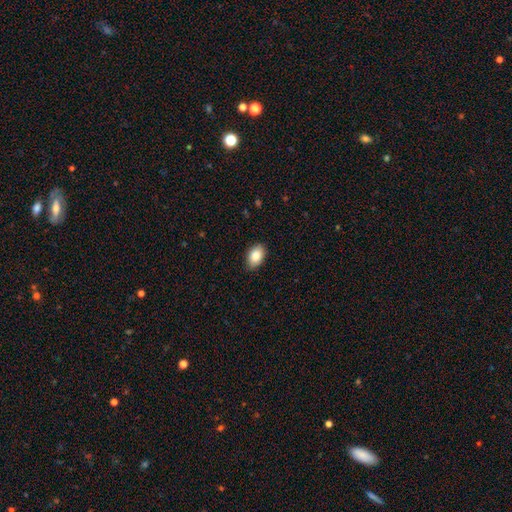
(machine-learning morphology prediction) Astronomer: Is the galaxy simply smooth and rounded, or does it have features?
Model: smooth — 85%.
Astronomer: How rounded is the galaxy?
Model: in between — 89%.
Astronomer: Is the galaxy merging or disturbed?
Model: none — 86%.